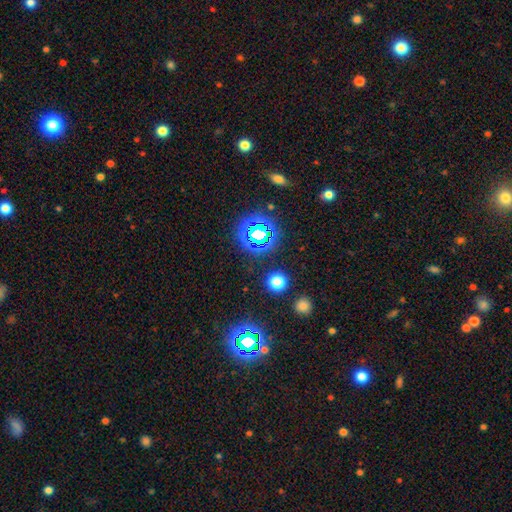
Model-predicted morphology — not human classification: star or artifact 78%, smooth 16%, featured or disk 7%.